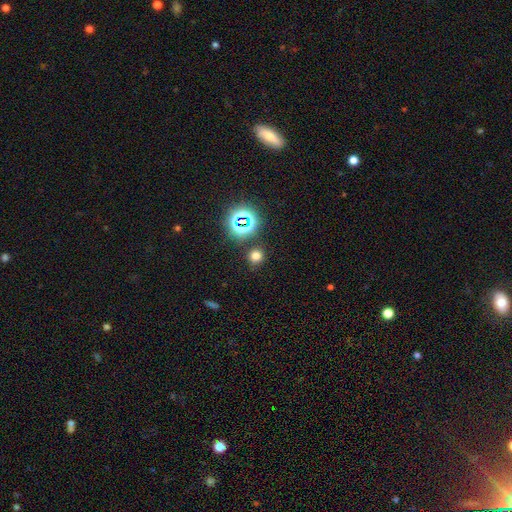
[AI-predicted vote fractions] Q: Smooth or featured?
A: smooth (67%); runner-up: star or artifact (26%)
Q: How rounded?
A: round (88%); runner-up: in between (11%)
Q: Merging?
A: none (86%); runner-up: minor disturbance (7%)